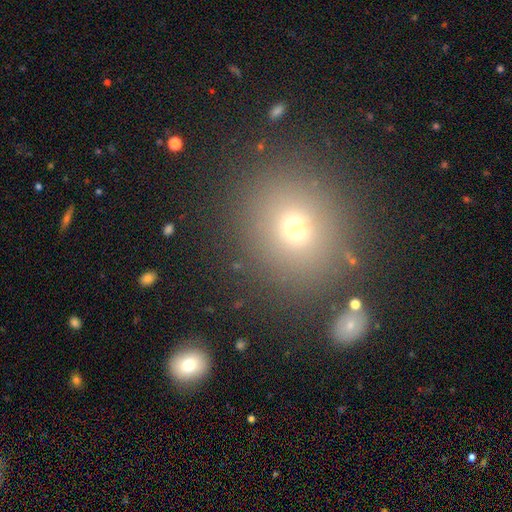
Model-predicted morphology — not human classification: A smooth galaxy with no disk features (61%) that is round (82%). Merging: none (84%).